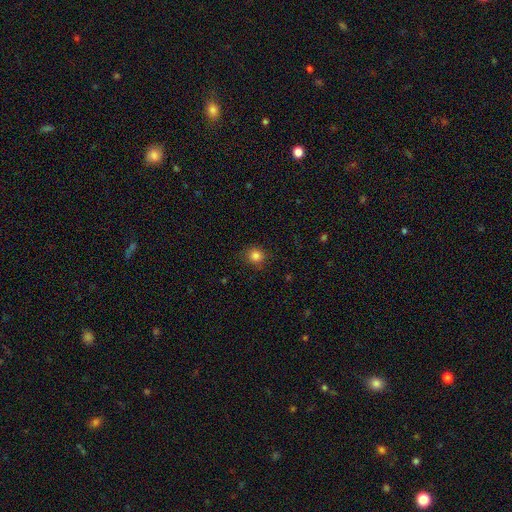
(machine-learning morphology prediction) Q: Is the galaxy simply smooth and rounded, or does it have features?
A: smooth — 84%.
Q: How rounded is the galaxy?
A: round — 88%.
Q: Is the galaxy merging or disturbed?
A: none — 85%.